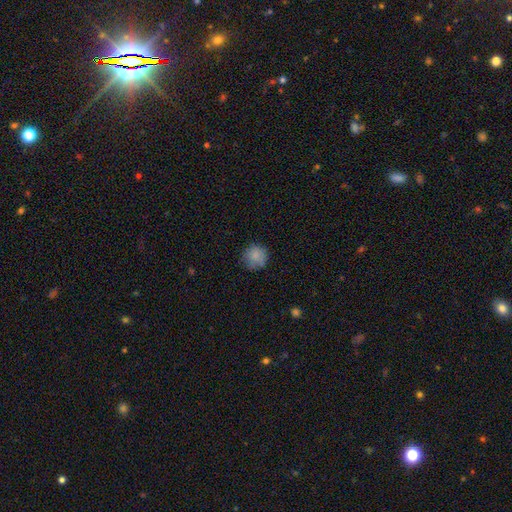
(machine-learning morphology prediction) This appears to be a smooth galaxy with no disk features (83%) that is round (91%). Merging: none (77%).